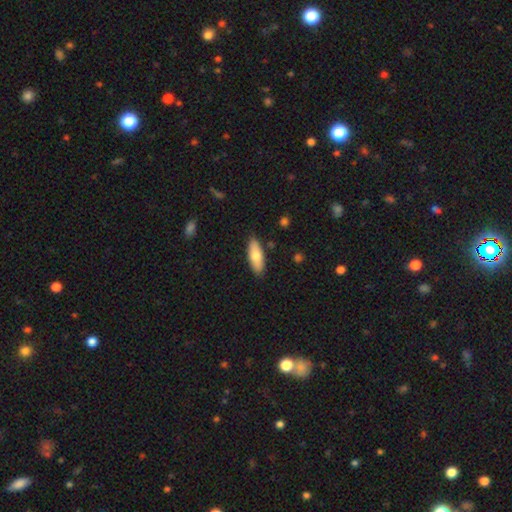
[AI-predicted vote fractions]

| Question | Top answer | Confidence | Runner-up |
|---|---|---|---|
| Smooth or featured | smooth | 71% | featured or disk (23%) |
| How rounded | in between | 69% | cigar-shaped (29%) |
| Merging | none | 86% | minor disturbance (11%) |